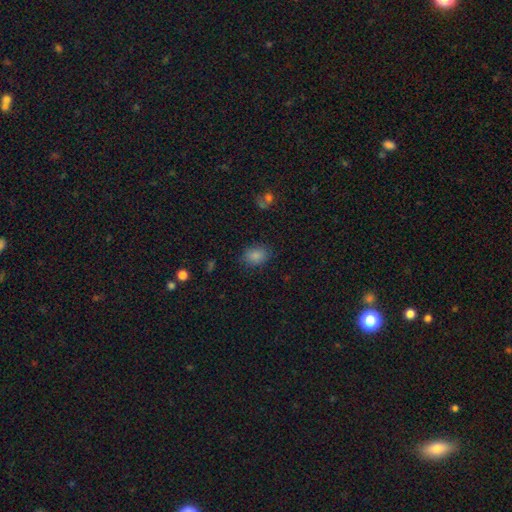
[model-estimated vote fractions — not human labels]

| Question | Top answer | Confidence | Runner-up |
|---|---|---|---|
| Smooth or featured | smooth | 84% | star or artifact (11%) |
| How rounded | in between | 70% | round (29%) |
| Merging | none | 82% | minor disturbance (12%) |